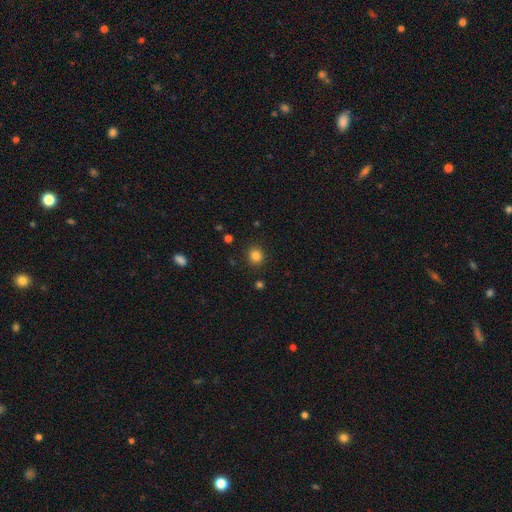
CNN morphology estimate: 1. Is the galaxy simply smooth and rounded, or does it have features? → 83% smooth, 13% star or artifact, 5% featured or disk.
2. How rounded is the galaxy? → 85% round, 14% in between, 1% cigar-shaped.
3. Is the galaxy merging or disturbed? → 90% none, 6% minor disturbance, 2% major disturbance, 2% merger.